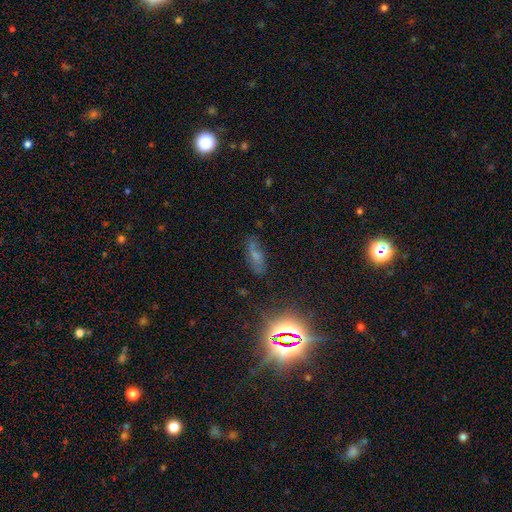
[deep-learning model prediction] Q: Smooth or featured?
A: smooth (42%); runner-up: featured or disk (29%)
Q: Merging?
A: none (68%); runner-up: minor disturbance (21%)